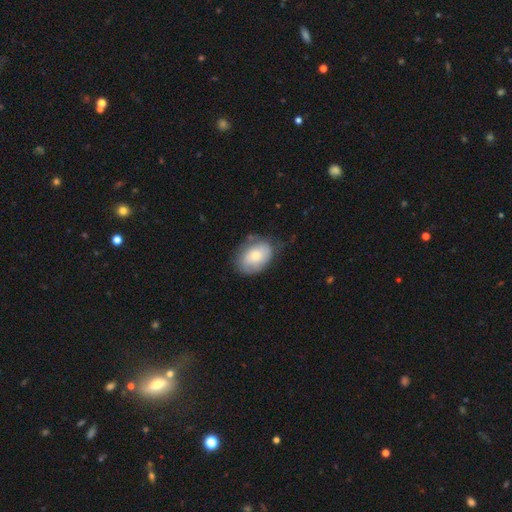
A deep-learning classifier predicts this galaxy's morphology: Smooth or featured? smooth (71%)
How rounded? in between (81%)
Merging? none (65%)